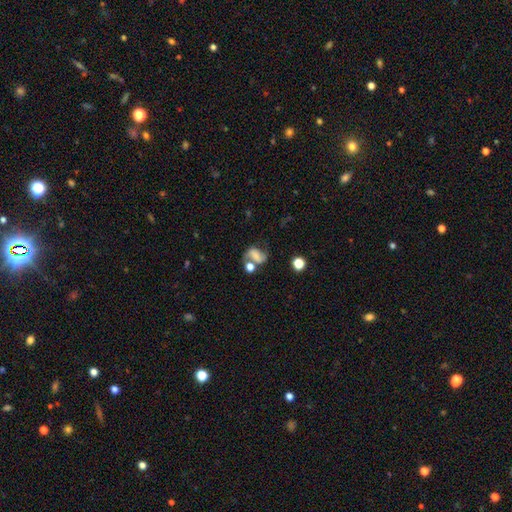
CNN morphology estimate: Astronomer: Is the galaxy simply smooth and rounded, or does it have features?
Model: featured or disk — 48% (runner-up: smooth, 38%).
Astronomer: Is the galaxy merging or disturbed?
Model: none — 37% (runner-up: merger, 29%).